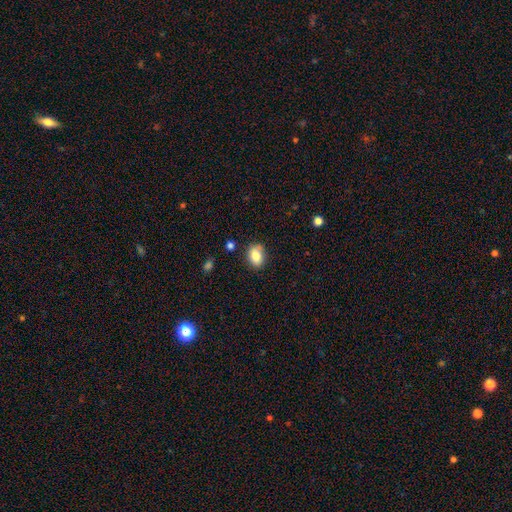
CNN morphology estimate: smooth-or-featured: smooth: 83% | star or artifact: 9% | featured or disk: 8%
  how-rounded: in between: 71% | round: 28% | cigar-shaped: 1%
  merging: none: 79% | minor disturbance: 15% | major disturbance: 3% | merger: 3%